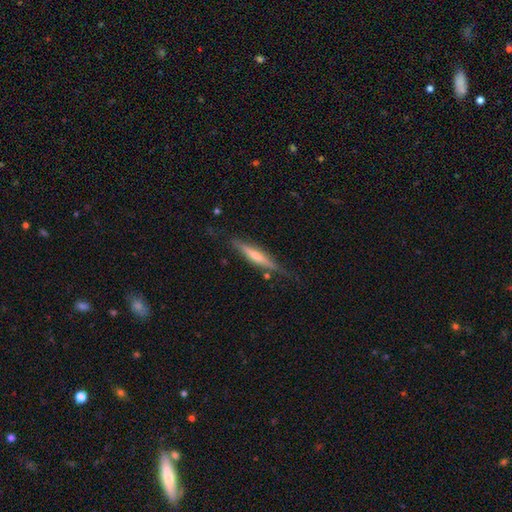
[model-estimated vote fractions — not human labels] Morphology: type=featured or disk (64%); edge-on=yes (94%); edge-on bulge=rounded (67%); merging=none (78%).